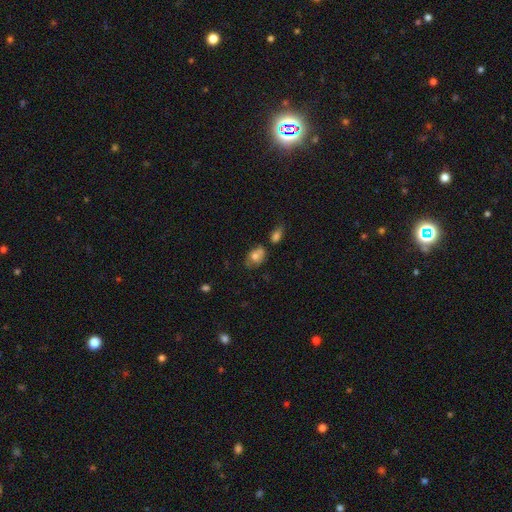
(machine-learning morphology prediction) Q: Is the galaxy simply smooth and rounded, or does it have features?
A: smooth — 67%.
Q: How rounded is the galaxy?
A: in between — 70%.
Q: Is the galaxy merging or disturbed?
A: none — 42%.